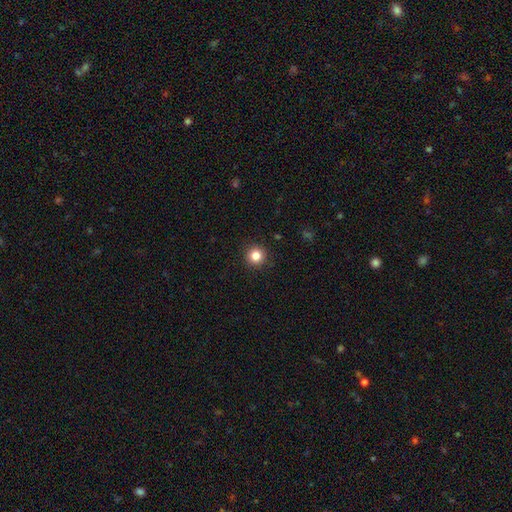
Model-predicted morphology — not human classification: smooth 83%, star or artifact 12%, featured or disk 5%. Down the decision tree: how rounded — round (96%); merging — none (93%).